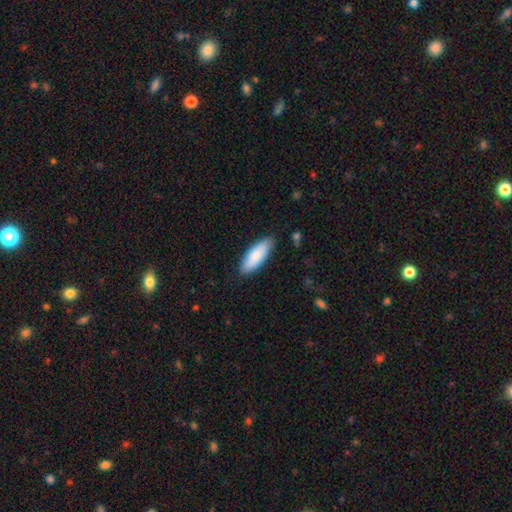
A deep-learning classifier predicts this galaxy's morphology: smooth 84%, featured or disk 11%, star or artifact 5%. Down the decision tree: how rounded — in between (68%); merging — none (85%).